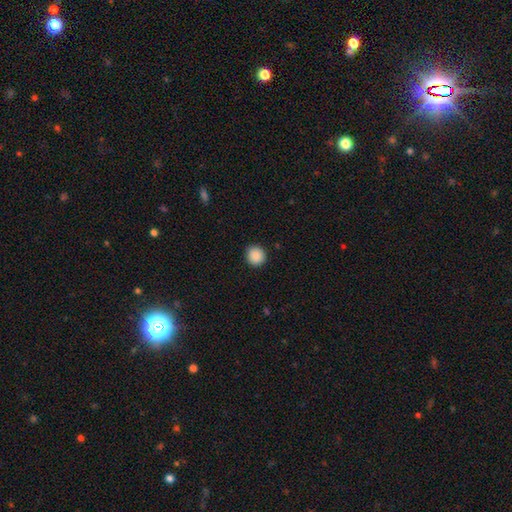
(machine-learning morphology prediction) smooth_or_featured: smooth (p=0.89) [alt: star or artifact p=0.08]
how_rounded: round (p=0.93) [alt: in between p=0.06]
merging: none (p=0.92) [alt: minor disturbance p=0.05]